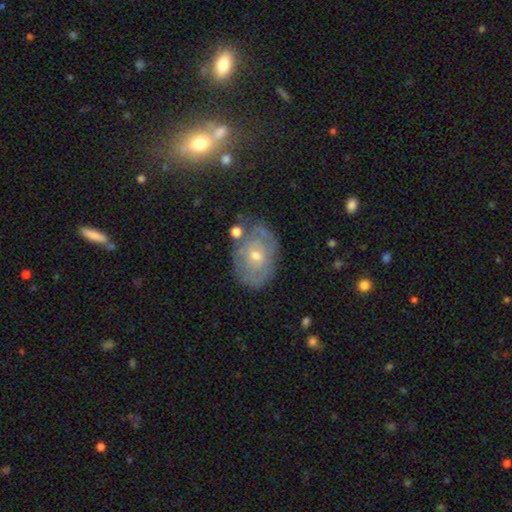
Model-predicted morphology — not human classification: smooth-or-featured: featured or disk: 62% | smooth: 30% | star or artifact: 9%
  disk-edge-on: no: 95% | yes: 5%
    bar: no: 78% | weak: 19% | strong: 3%
    has-spiral-arms: yes: 60% | no: 40%
    bulge-size: small: 49% | moderate: 48% | large: 2% | none: 1% | dominant: 1%
  merging: none: 64% | minor disturbance: 23% | major disturbance: 8% | merger: 5%